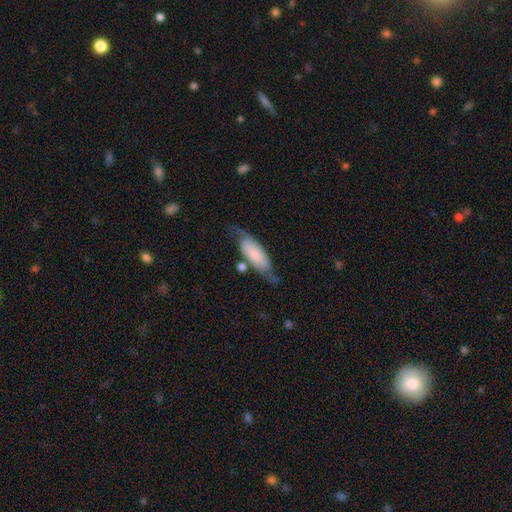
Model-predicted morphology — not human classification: This is possibly a smooth galaxy (59%). How rounded: likely in between (67%). Merging: possibly none (53%).